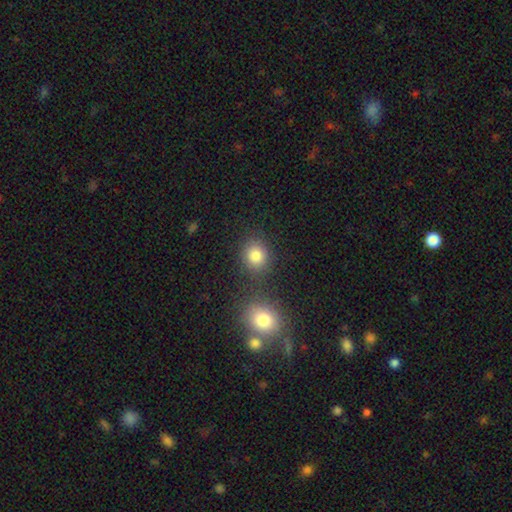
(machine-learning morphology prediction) A smooth galaxy with no disk features (82%) that is round (78%). Merging: none (76%).